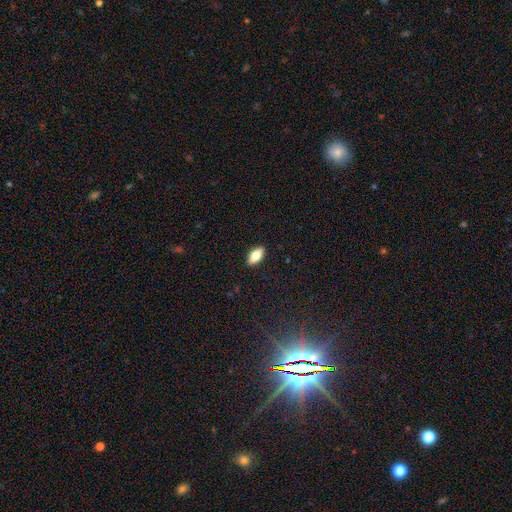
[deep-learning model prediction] The model was most divided on "smooth or featured": smooth: 68%, featured or disk: 25%, star or artifact: 7%. More confident: merging — none (89%); how rounded — in between (82%).